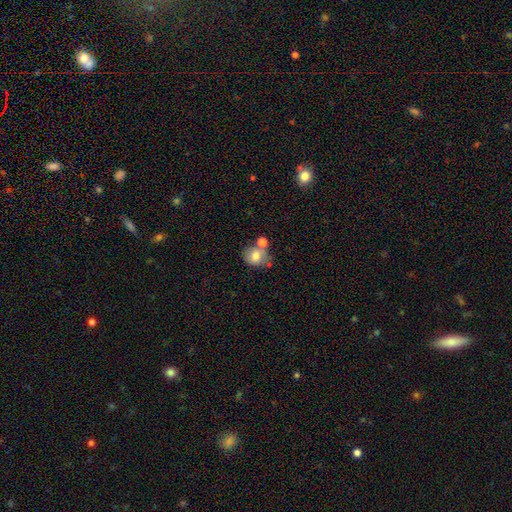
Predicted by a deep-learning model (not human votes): A smooth galaxy with no disk features (75%) that is round (71%).

Vote fractions:
- Smooth or featured? smooth: 75% / featured or disk: 15% / star or artifact: 10%
- How rounded? round: 71% / in between: 28% / cigar-shaped: 1%
- Merging? none: 51% / merger: 29% / minor disturbance: 15% / major disturbance: 6%